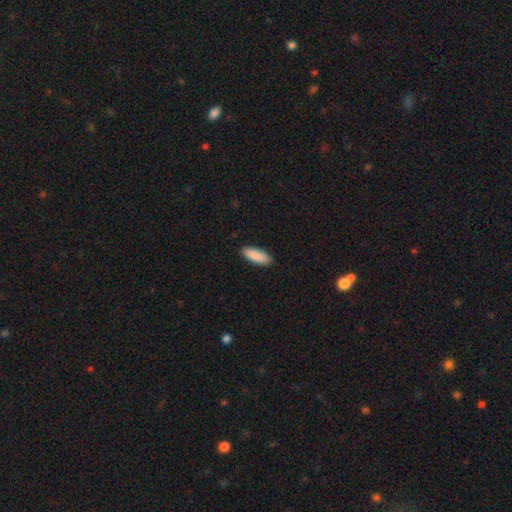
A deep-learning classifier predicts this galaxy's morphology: A smooth galaxy with no disk features (90%) that is in between round and cigar-shaped (72%). Merging: none (89%).